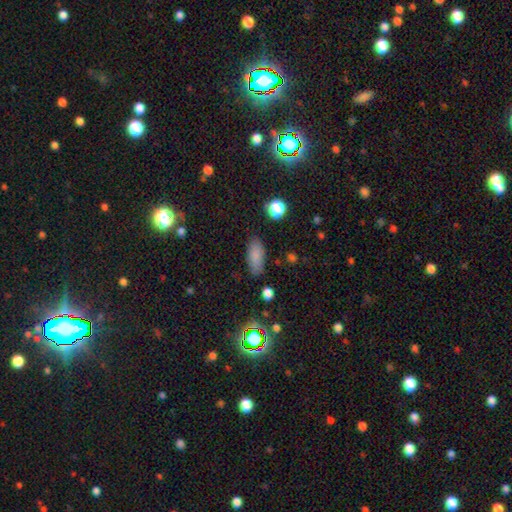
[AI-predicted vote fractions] The model was most divided on "how rounded": in between: 84%, cigar-shaped: 13%, round: 3%. More confident: merging — none (84%); smooth or featured — smooth (82%).